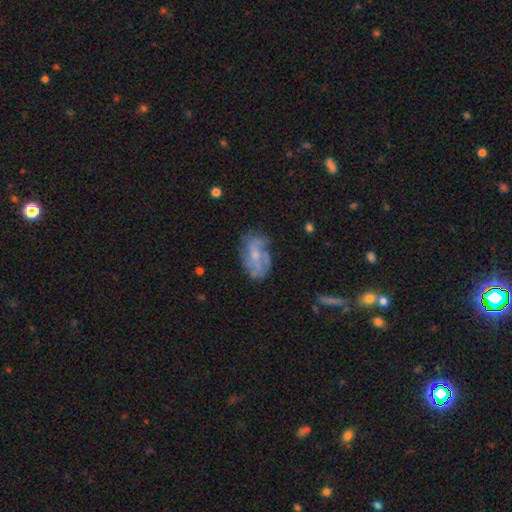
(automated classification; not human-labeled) Q: Smooth or featured?
A: featured or disk (63%); runner-up: smooth (28%)
Q: Edge-on disk?
A: no (96%); runner-up: yes (4%)
Q: Bar?
A: no (70%); runner-up: weak (25%)
Q: Spiral arms?
A: yes (64%); runner-up: no (36%)
Q: Bulge size?
A: small (61%); runner-up: moderate (28%)
Q: Merging?
A: none (57%); runner-up: minor disturbance (24%)